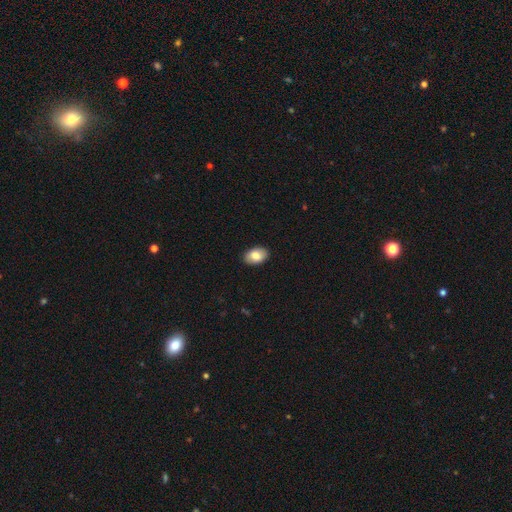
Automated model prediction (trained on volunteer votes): Overall: smooth (84%). How rounded: in between (89%). Merging: none (90%).